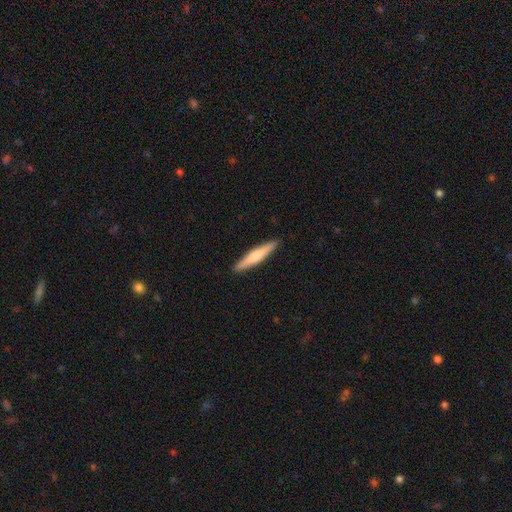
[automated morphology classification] smooth 61%, featured or disk 34%, star or artifact 5%. Down the decision tree: how rounded — cigar-shaped (91%); merging — none (91%).